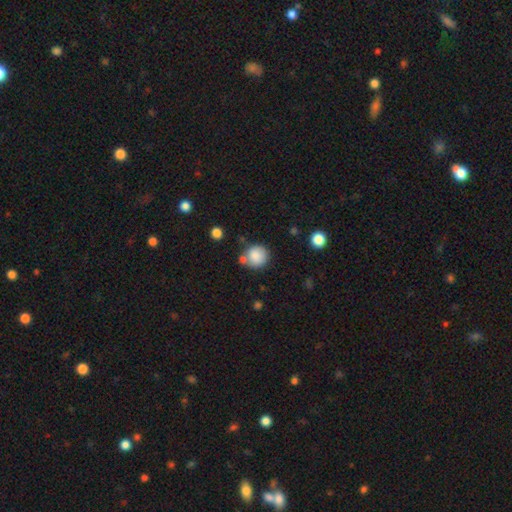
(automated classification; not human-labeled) Smooth or featured?
  - smooth: 85% *
  - star or artifact: 8%
  - featured or disk: 6%
How rounded?
  - round: 89% *
  - in between: 10%
  - cigar-shaped: 1%
Merging?
  - none: 68% *
  - merger: 15%
  - minor disturbance: 14%
  - major disturbance: 4%